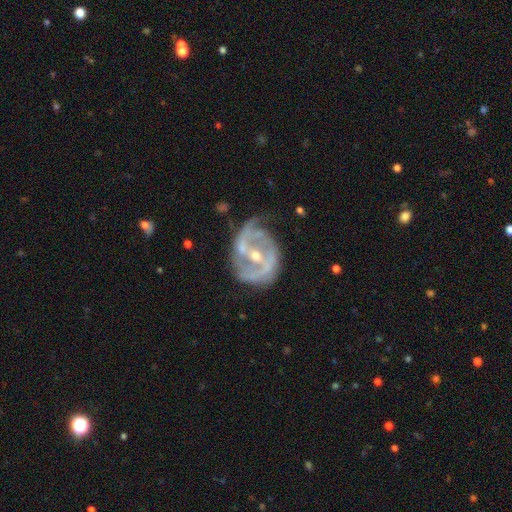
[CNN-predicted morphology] This appears to be a featured or disk galaxy (86%) with a strong bar (42%), 2 (58%) medium (42%) spiral arms (86%) and a small central bulge (50%). Merging: none (43%).